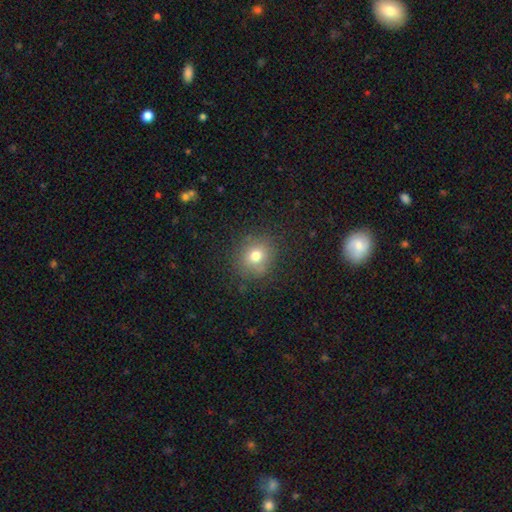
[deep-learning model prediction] smooth_or_featured: smooth (p=0.74) [alt: star or artifact p=0.15]
how_rounded: round (p=0.81) [alt: in between p=0.18]
merging: none (p=0.82) [alt: minor disturbance p=0.12]